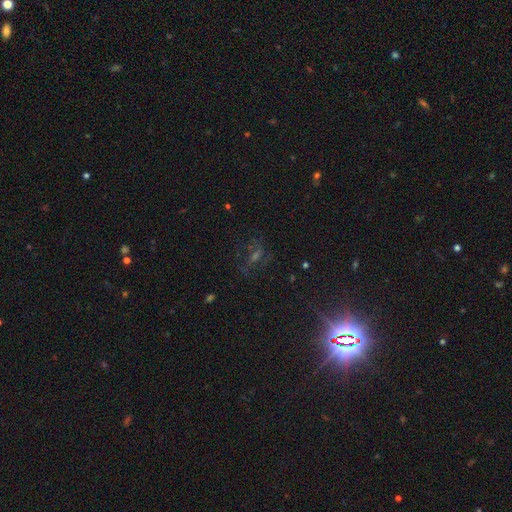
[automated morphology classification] Q: Smooth or featured?
A: star or artifact (48%); runner-up: featured or disk (33%)